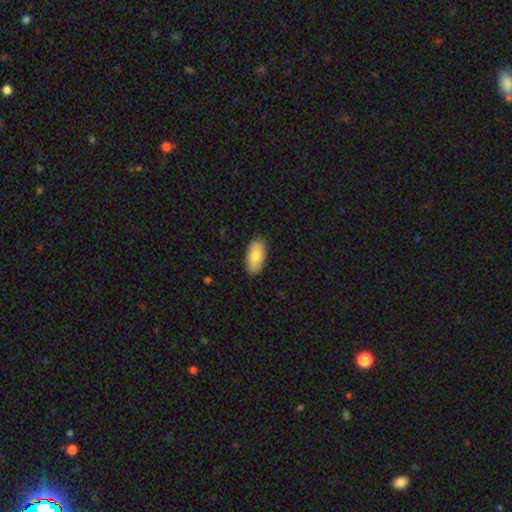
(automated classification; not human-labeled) A smooth galaxy with no disk features (82%) that is in between round and cigar-shaped (92%). Merging: none (87%).